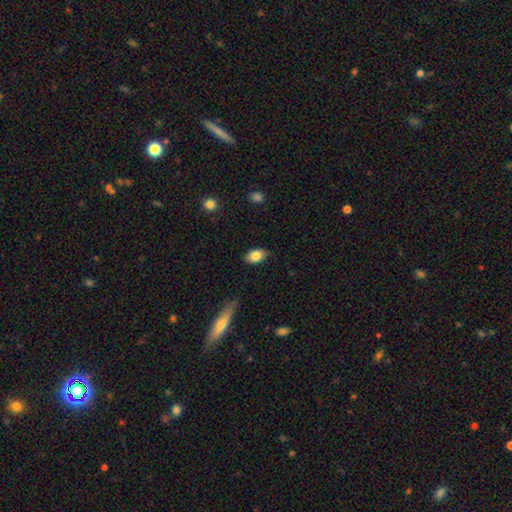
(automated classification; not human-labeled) Q: Smooth or featured?
A: smooth (84%); runner-up: featured or disk (9%)
Q: How rounded?
A: in between (90%); runner-up: round (9%)
Q: Merging?
A: none (82%); runner-up: minor disturbance (14%)